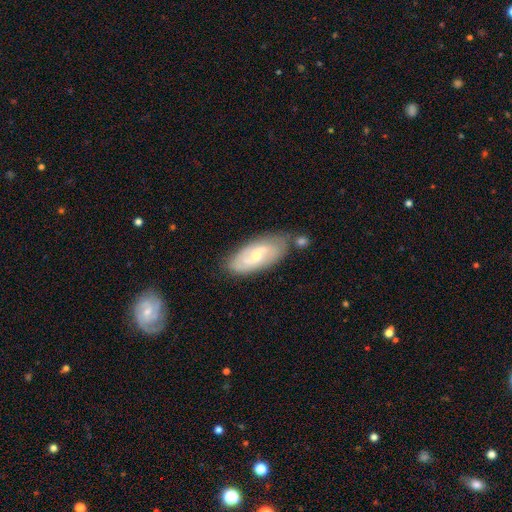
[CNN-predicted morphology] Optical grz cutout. It shows a featured or disk galaxy (65%) with a weak bar (52%), 2 (73%) medium (42%) spiral arms (86%) and a small central bulge (56%). Merging: none (67%).